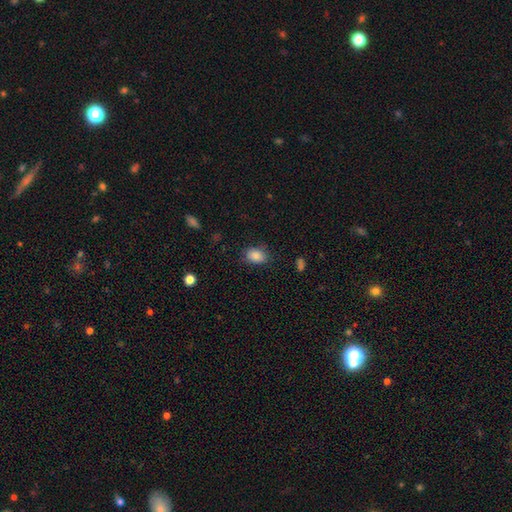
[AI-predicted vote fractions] Overall: smooth (87%). How rounded: in between (80%). Merging: none (79%).